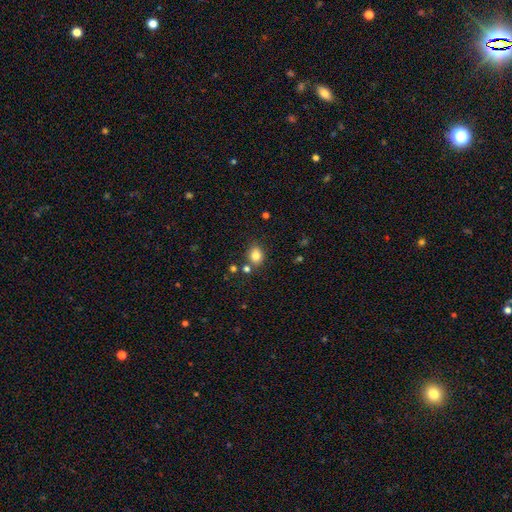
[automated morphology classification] The model was most divided on "how rounded": round: 57%, in between: 42%, cigar-shaped: 1%. More confident: smooth or featured — smooth (82%); merging — none (74%).